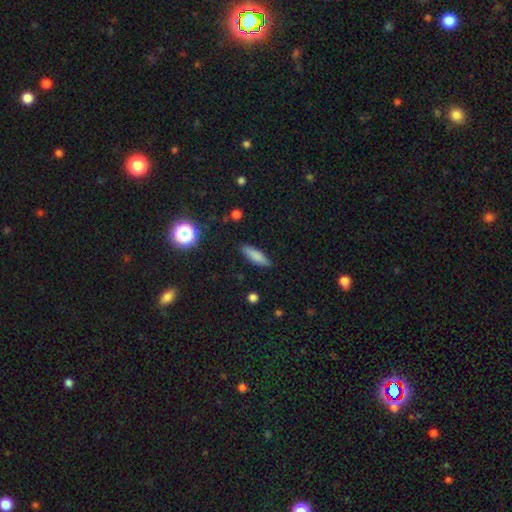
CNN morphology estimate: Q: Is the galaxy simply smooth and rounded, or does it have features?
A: smooth — 81%.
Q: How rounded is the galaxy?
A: cigar-shaped — 57%.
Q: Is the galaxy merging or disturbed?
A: none — 86%.